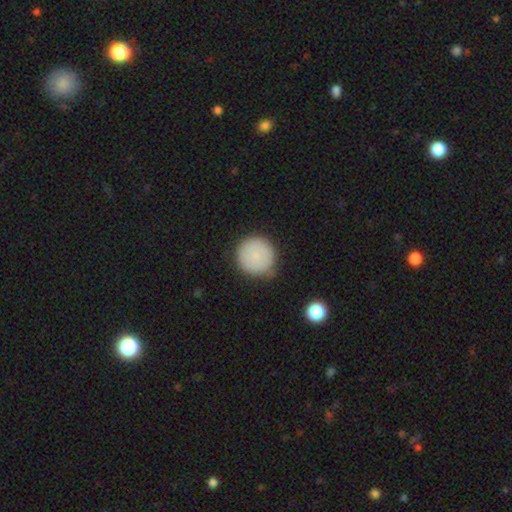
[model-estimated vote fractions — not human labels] smooth_or_featured: smooth (p=0.83) [alt: featured or disk p=0.09]
how_rounded: round (p=0.95) [alt: in between p=0.05]
merging: none (p=0.76) [alt: minor disturbance p=0.18]